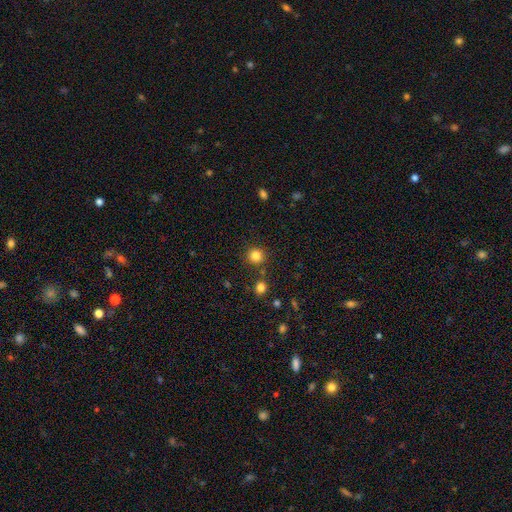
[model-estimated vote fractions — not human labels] This appears to be a smooth galaxy with no disk features (82%) that is round (92%). Merging: none (85%).